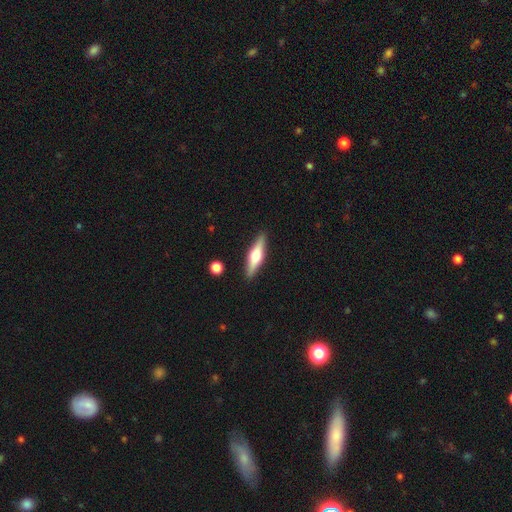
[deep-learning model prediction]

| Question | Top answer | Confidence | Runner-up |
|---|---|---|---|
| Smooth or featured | featured or disk | 53% | smooth (41%) |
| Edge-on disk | yes | 95% | no (5%) |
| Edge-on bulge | rounded | 90% | boxy (7%) |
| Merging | none | 89% | minor disturbance (8%) |